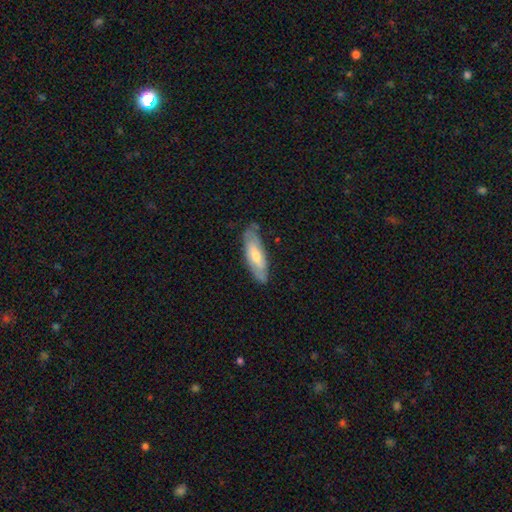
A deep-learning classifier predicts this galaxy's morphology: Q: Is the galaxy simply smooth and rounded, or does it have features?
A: featured or disk — 51%.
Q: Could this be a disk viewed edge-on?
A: no — 69%.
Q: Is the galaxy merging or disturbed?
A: none — 77%.